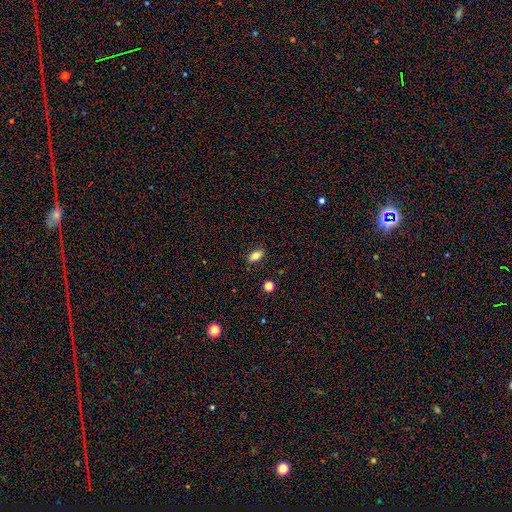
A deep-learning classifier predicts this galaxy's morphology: smooth-or-featured: smooth: 81% | featured or disk: 10% | star or artifact: 9%
  how-rounded: in between: 88% | round: 7% | cigar-shaped: 5%
  merging: none: 86% | minor disturbance: 10% | major disturbance: 2% | merger: 2%